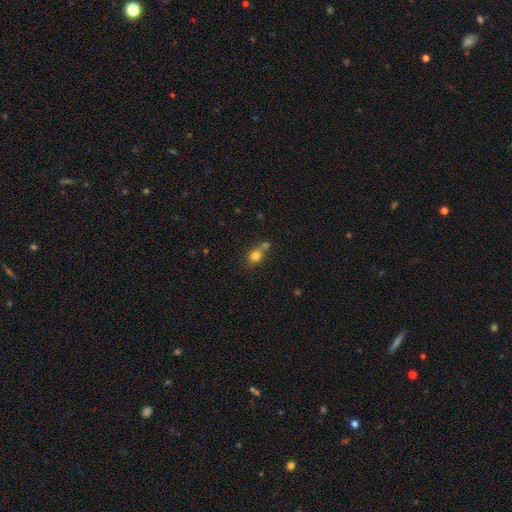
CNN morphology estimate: smooth_or_featured: smooth (p=0.79) [alt: star or artifact p=0.12]
how_rounded: round (p=0.65) [alt: in between p=0.33]
merging: none (p=0.47) [alt: merger p=0.33]